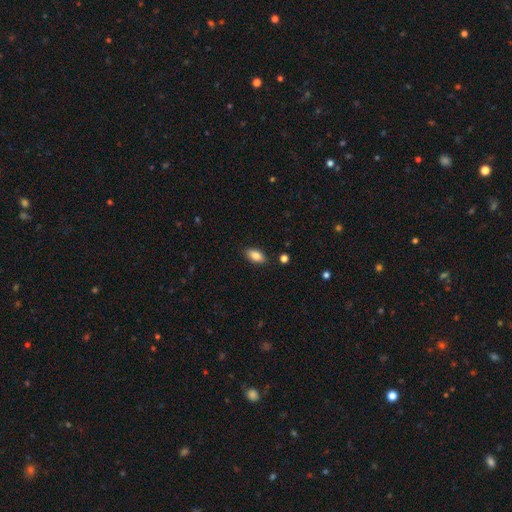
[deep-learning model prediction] This appears to be a smooth galaxy with no disk features (83%) that is in between round and cigar-shaped (90%). Merging: none (87%).